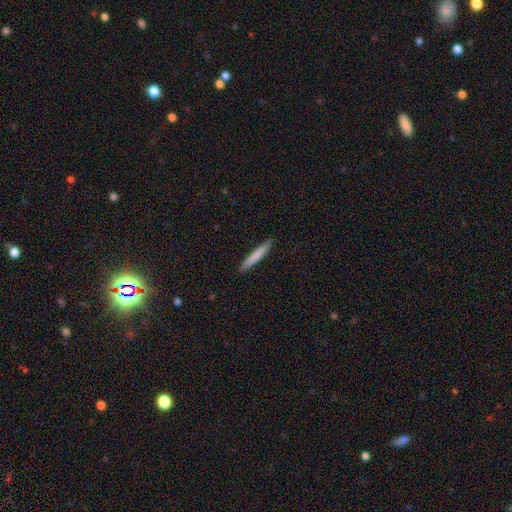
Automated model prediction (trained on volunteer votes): Overall: smooth (78%). How rounded: cigar-shaped (96%). Merging: none (91%).